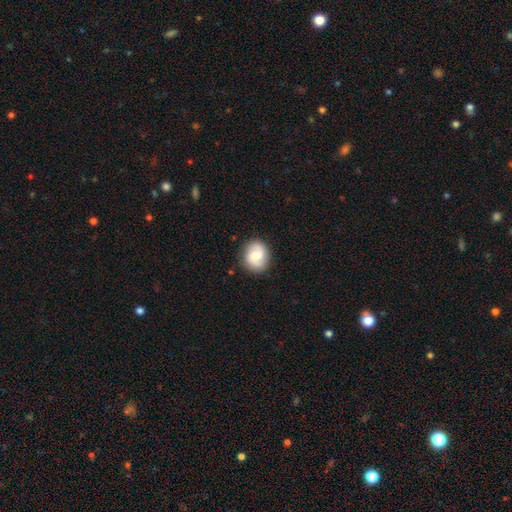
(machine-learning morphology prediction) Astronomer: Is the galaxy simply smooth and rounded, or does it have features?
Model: smooth — 50% (runner-up: featured or disk, 42%).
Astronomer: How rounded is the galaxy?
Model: round — 72%.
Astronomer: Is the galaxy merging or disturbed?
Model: none — 86%.